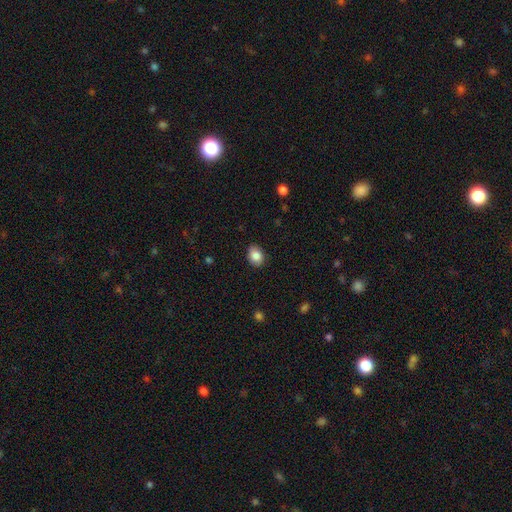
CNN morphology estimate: Smooth or featured?
  - smooth: 86% *
  - star or artifact: 8%
  - featured or disk: 6%
How rounded?
  - in between: 68% *
  - round: 32%
  - cigar-shaped: 1%
Merging?
  - none: 85% *
  - minor disturbance: 11%
  - major disturbance: 2%
  - merger: 1%